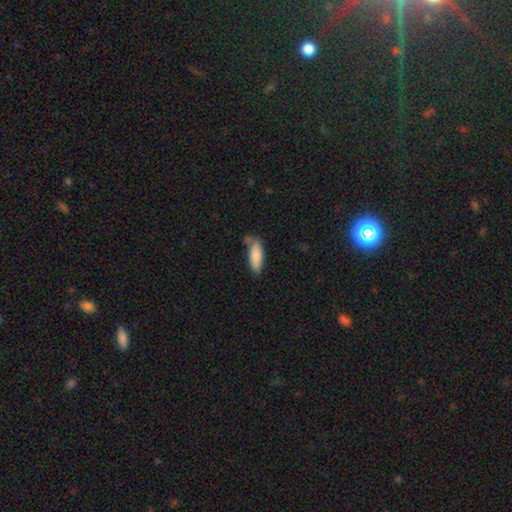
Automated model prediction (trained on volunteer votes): smooth-or-featured: smooth: 82% | featured or disk: 11% | star or artifact: 6%
  how-rounded: in between: 68% | cigar-shaped: 30% | round: 2%
  merging: none: 59% | minor disturbance: 26% | merger: 8% | major disturbance: 7%